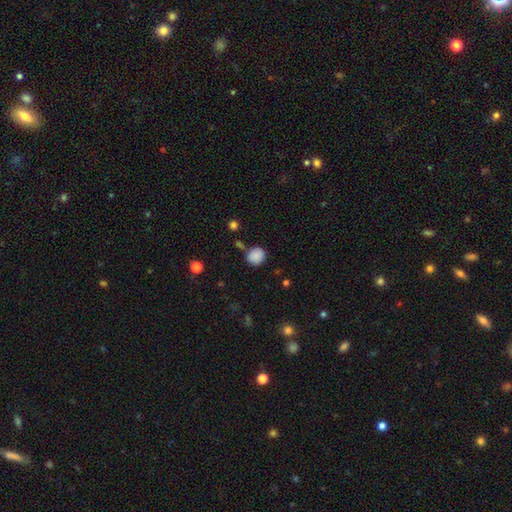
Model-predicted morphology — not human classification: smooth-or-featured: smooth: 86% | star or artifact: 9% | featured or disk: 5%
  how-rounded: round: 85% | in between: 14% | cigar-shaped: 1%
  merging: none: 75% | minor disturbance: 15% | merger: 7% | major disturbance: 4%